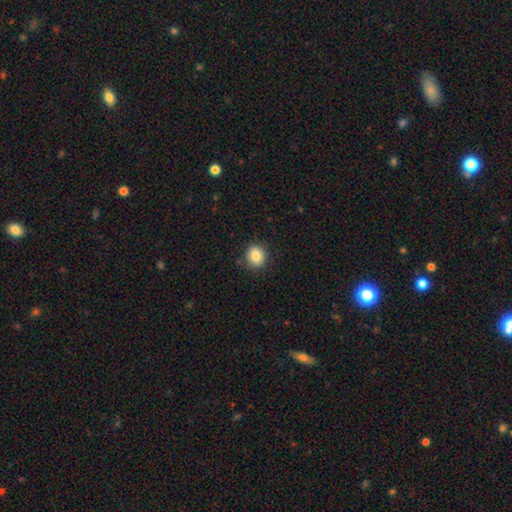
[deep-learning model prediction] Smooth or featured?
  - smooth: 85% *
  - star or artifact: 9%
  - featured or disk: 5%
How rounded?
  - round: 76% *
  - in between: 23%
  - cigar-shaped: 1%
Merging?
  - none: 88% *
  - minor disturbance: 9%
  - major disturbance: 2%
  - merger: 1%